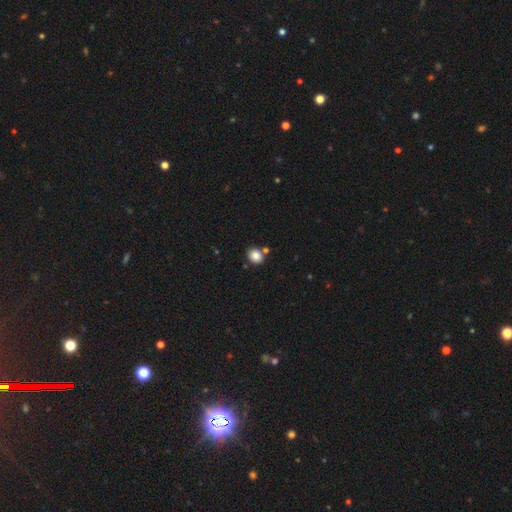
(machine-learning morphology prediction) Overall: smooth (85%). How rounded: round (66%; in between 33%). Merging: none (74%).